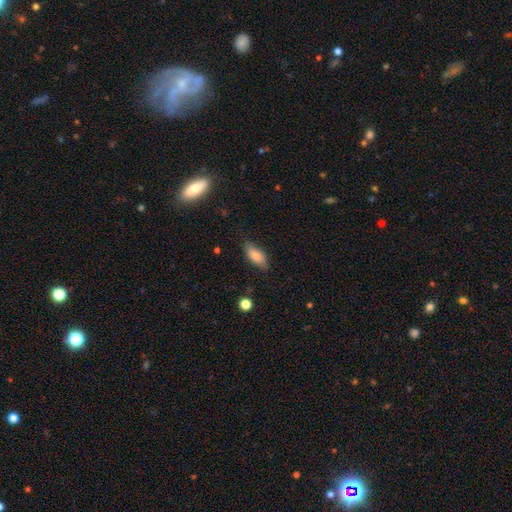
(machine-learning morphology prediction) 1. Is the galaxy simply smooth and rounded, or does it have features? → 78% smooth, 15% featured or disk, 7% star or artifact.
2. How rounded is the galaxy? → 83% in between, 14% cigar-shaped, 3% round.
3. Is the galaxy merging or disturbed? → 79% none, 17% minor disturbance, 3% major disturbance, 1% merger.